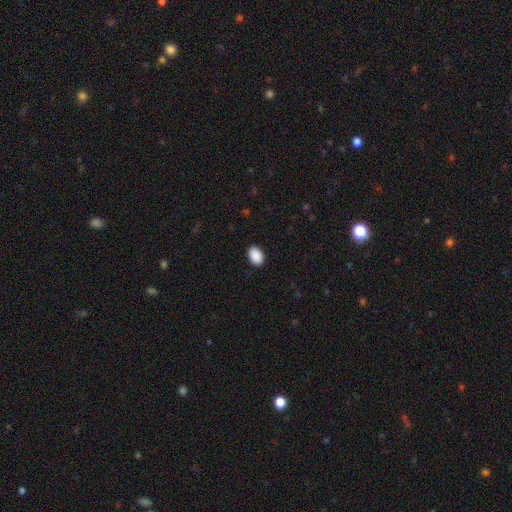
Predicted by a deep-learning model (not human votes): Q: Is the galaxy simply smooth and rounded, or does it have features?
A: smooth — 91%.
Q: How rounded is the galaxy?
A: in between — 85%.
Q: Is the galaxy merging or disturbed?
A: none — 90%.